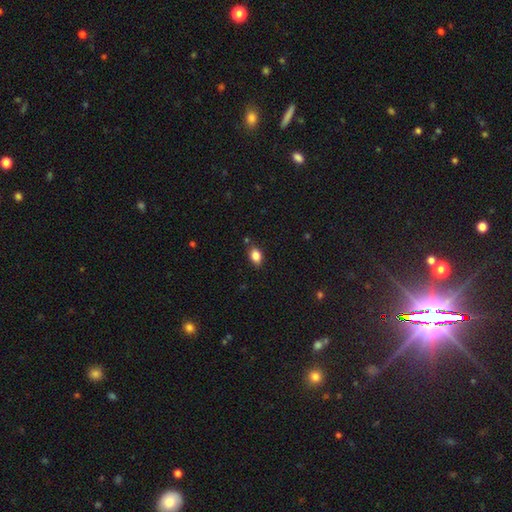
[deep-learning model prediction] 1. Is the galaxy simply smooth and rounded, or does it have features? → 86% smooth, 9% star or artifact, 5% featured or disk.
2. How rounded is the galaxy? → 83% in between, 16% round, 1% cigar-shaped.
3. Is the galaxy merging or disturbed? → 84% none, 11% minor disturbance, 3% merger, 2% major disturbance.